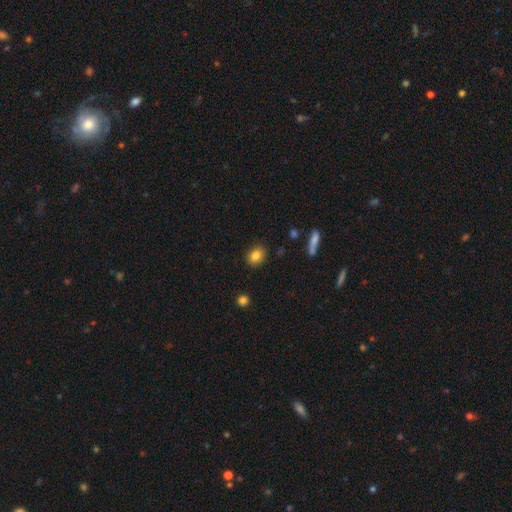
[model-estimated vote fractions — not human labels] Smooth or featured? smooth (83%)
How rounded? in between (51%)
Merging? none (88%)